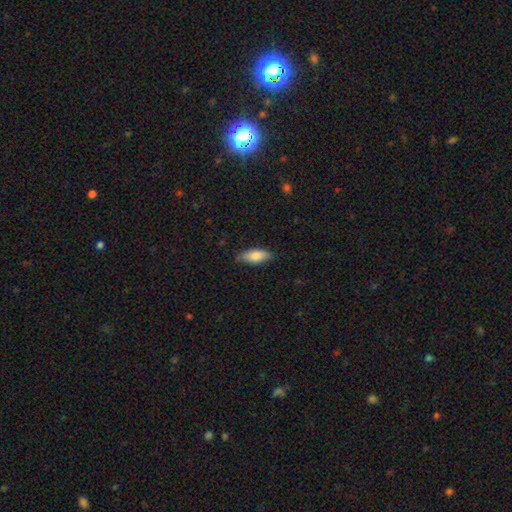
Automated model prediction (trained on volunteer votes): A smooth galaxy with no disk features (79%) that is in between round and cigar-shaped (74%).

Vote fractions:
- Smooth or featured? smooth: 79% / featured or disk: 15% / star or artifact: 6%
- How rounded? in between: 74% / cigar-shaped: 24% / round: 2%
- Merging? none: 84% / minor disturbance: 13% / major disturbance: 2% / merger: 1%